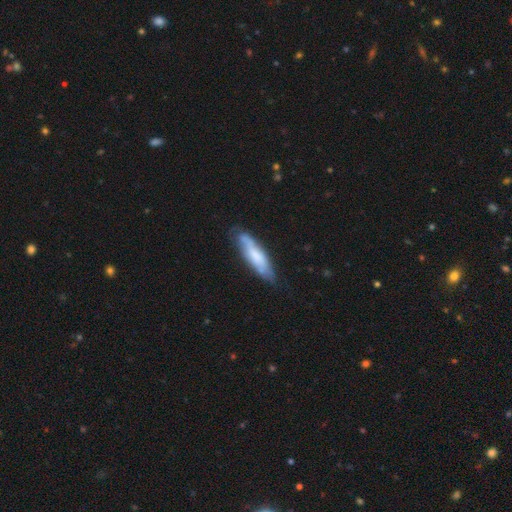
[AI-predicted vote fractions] smooth-or-featured: smooth: 54% | featured or disk: 40% | star or artifact: 6%
  how-rounded: cigar-shaped: 70% | in between: 29% | round: 1%
  merging: none: 68% | minor disturbance: 24% | major disturbance: 6% | merger: 3%